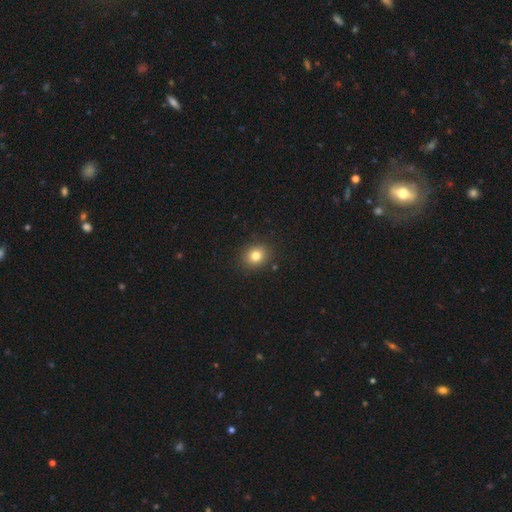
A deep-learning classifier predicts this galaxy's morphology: Overall: smooth (81%). How rounded: round (69%; in between 30%). Merging: none (89%).